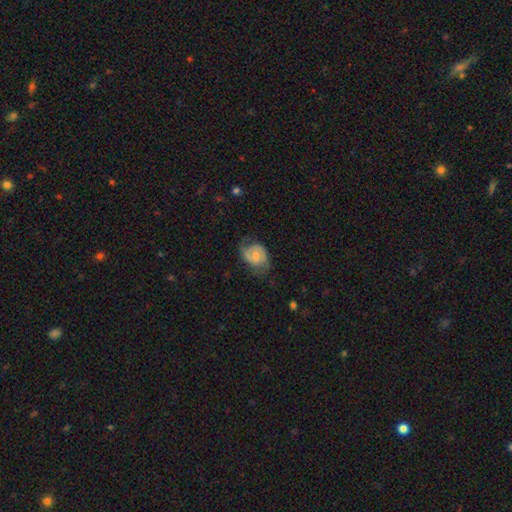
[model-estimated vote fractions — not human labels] This appears to be a featured or disk galaxy (57%) with no bar (47%), spiral arms (80%) and a moderate central bulge (62%). Merging: none (57%).